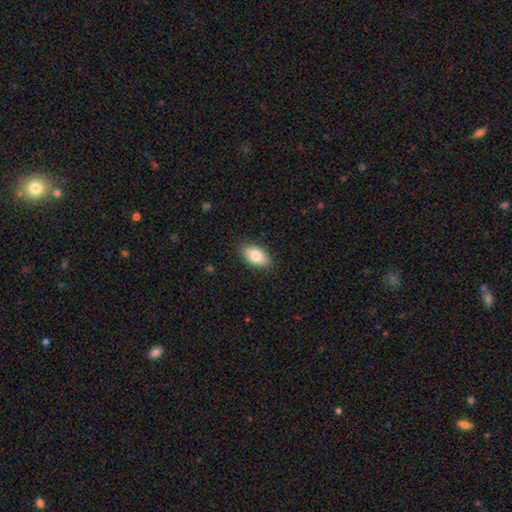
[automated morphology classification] type=smooth (82%); roundness=in between (93%); merging=none (87%).